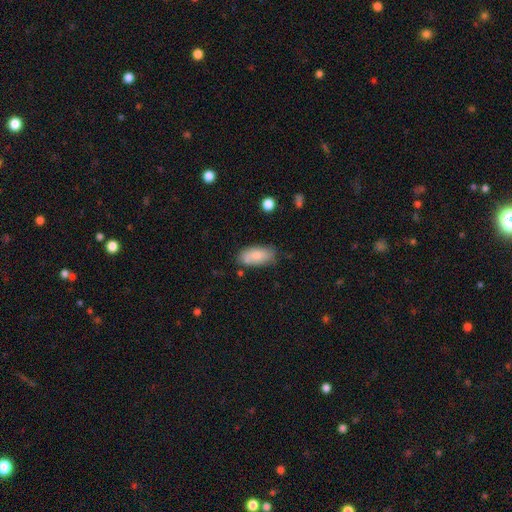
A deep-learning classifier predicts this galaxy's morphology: smooth 79%, featured or disk 15%, star or artifact 7%. Down the decision tree: how rounded — in between (91%); merging — none (70%).